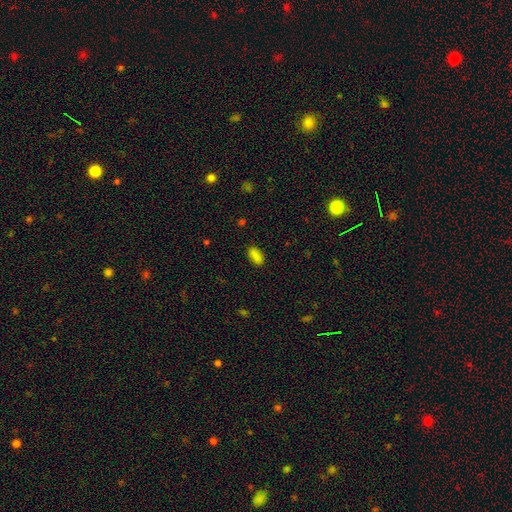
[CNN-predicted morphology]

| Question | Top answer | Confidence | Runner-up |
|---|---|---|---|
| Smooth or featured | smooth | 87% | star or artifact (10%) |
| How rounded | in between | 90% | cigar-shaped (8%) |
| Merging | none | 88% | minor disturbance (9%) |